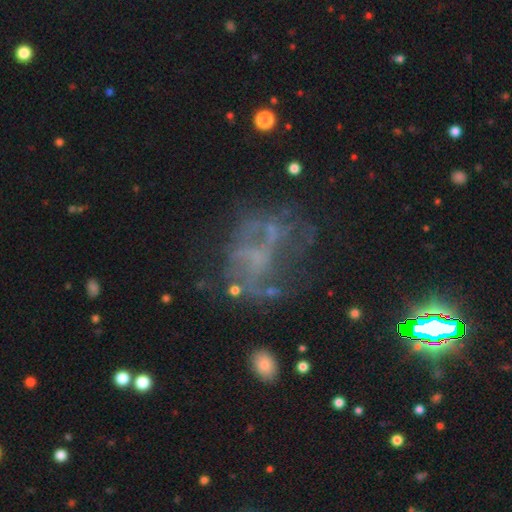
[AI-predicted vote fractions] A featured or disk galaxy (59%) with no bar (78%), no spiral arms (64%) and no central bulge (74%). Merging: none (47%).